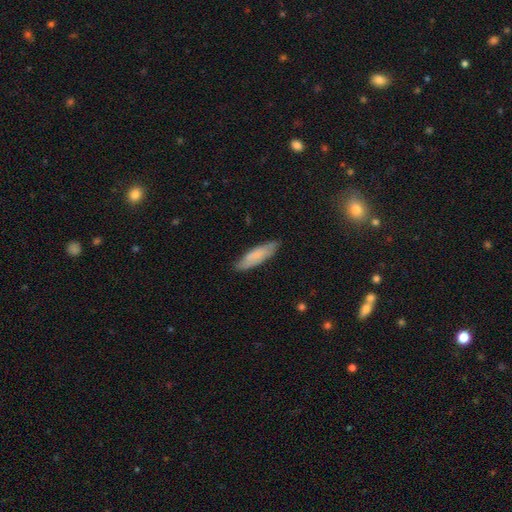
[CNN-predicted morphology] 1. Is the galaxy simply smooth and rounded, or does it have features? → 75% smooth, 19% featured or disk, 6% star or artifact.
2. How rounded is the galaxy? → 63% cigar-shaped, 36% in between, 1% round.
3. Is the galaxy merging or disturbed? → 83% none, 14% minor disturbance, 2% major disturbance, 1% merger.